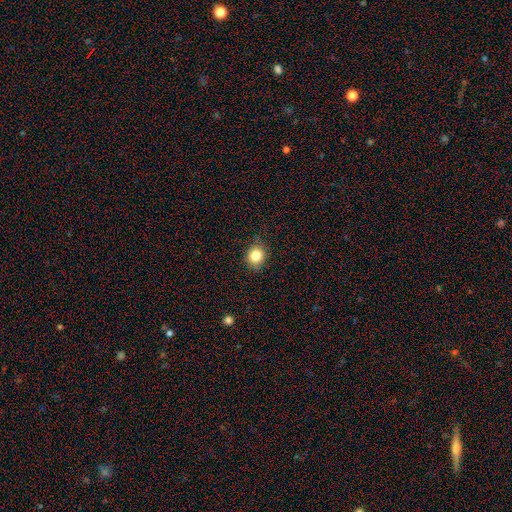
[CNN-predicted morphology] A smooth galaxy with no disk features (82%) that is round (73%).

Vote fractions:
- Smooth or featured? smooth: 82% / star or artifact: 11% / featured or disk: 7%
- How rounded? round: 73% / in between: 26% / cigar-shaped: 1%
- Merging? none: 84% / minor disturbance: 12% / major disturbance: 3% / merger: 1%